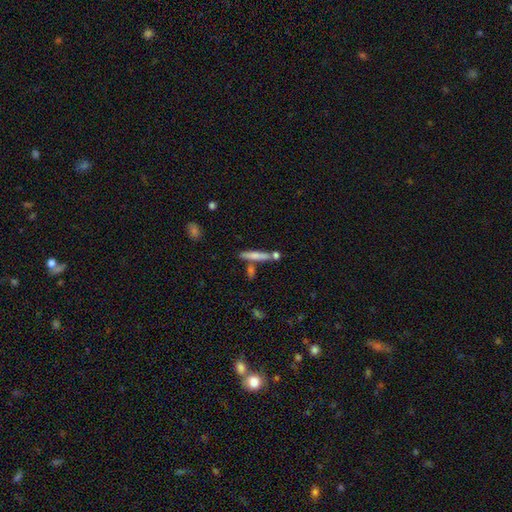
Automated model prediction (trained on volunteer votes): Morphology: type=smooth (61%); roundness=cigar-shaped (90%); merging=none (68%).